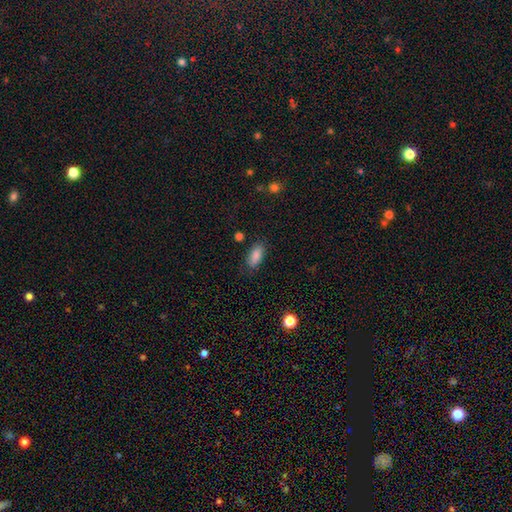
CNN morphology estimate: smooth 87%, star or artifact 8%, featured or disk 5%. Down the decision tree: how rounded — in between (87%); merging — none (83%).